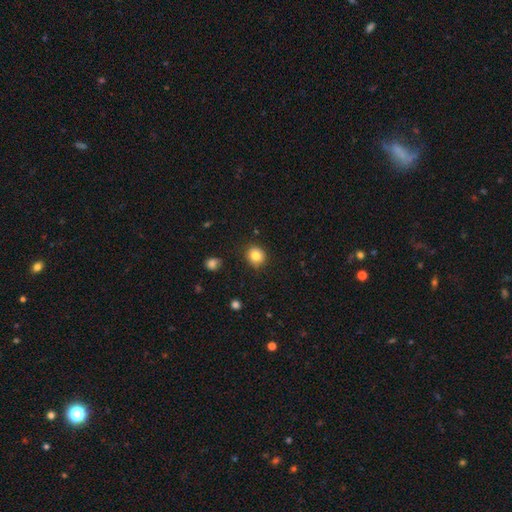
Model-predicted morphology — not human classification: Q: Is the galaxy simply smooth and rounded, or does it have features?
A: smooth — 81%.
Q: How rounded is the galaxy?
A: round — 87%.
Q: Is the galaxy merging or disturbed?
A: none — 86%.